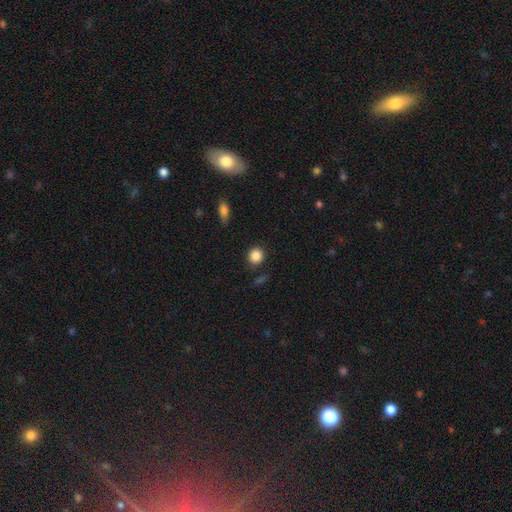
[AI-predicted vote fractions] Smooth or featured? smooth (87%)
How rounded? round (86%)
Merging? none (86%)